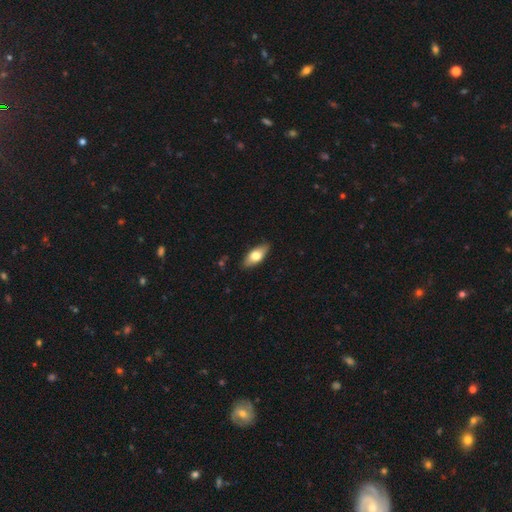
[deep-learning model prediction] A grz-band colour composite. It shows a smooth galaxy with no disk features (69%) that is in between round and cigar-shaped (83%). Merging: none (85%).